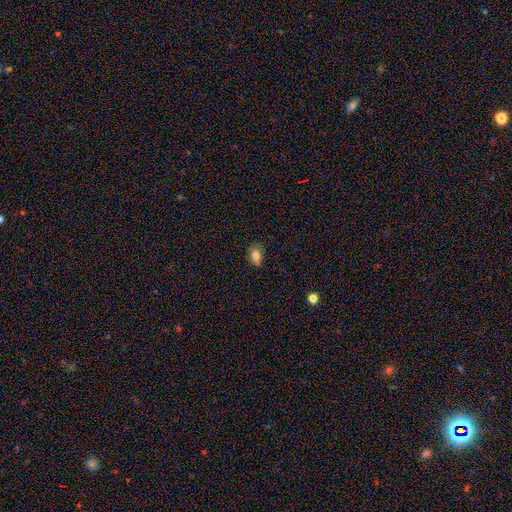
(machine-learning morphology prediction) This appears to be a smooth galaxy with no disk features (81%) that is in between round and cigar-shaped (80%). Merging: none (77%).